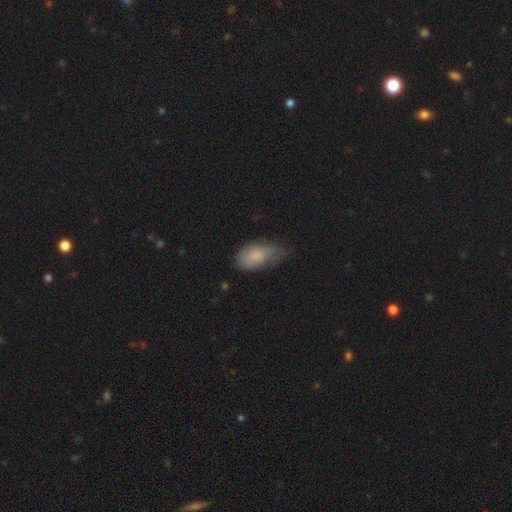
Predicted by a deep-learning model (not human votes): Smooth or featured? Predicted: smooth (p=0.74). How rounded? Predicted: in between (p=0.92). Merging? Predicted: minor disturbance (p=0.44).